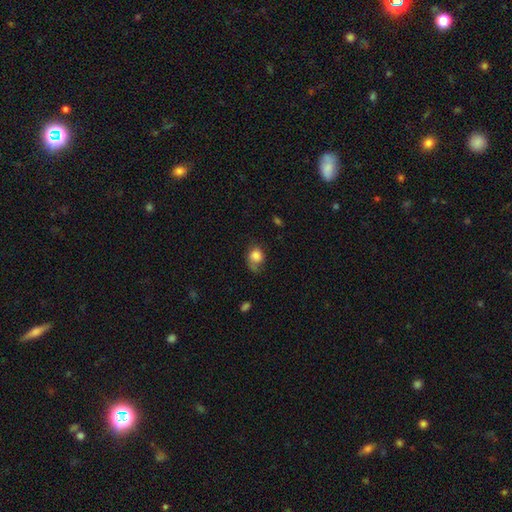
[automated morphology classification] Q: Smooth or featured?
A: smooth (80%); runner-up: featured or disk (12%)
Q: How rounded?
A: round (58%); runner-up: in between (41%)
Q: Merging?
A: none (40%); runner-up: minor disturbance (34%)